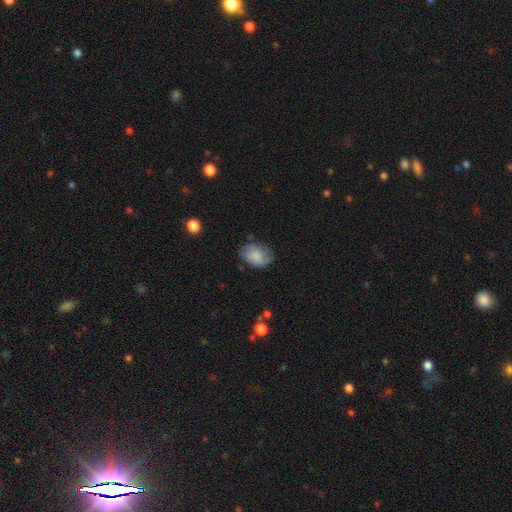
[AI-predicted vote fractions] Q: Smooth or featured?
A: smooth (72%); runner-up: featured or disk (21%)
Q: How rounded?
A: in between (77%); runner-up: round (22%)
Q: Merging?
A: none (66%); runner-up: minor disturbance (26%)